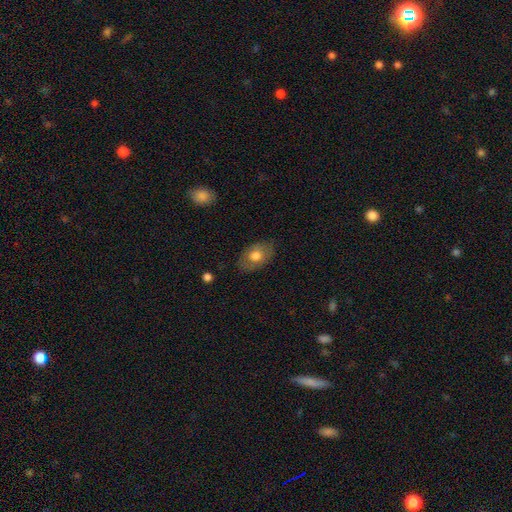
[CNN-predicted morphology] Overall: smooth (67%). How rounded: in between (84%). Merging: none (80%).